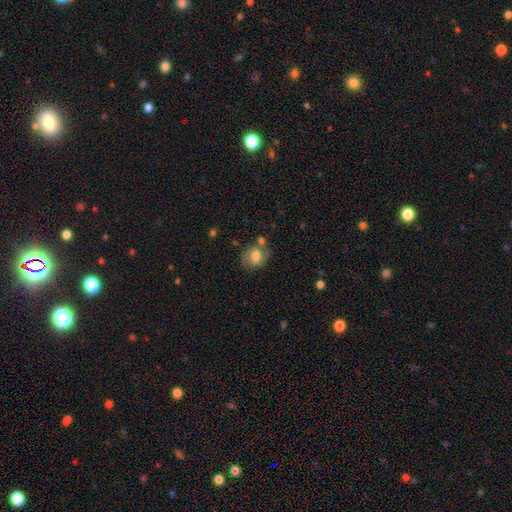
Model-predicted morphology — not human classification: Q: Smooth or featured?
A: smooth (66%); runner-up: featured or disk (25%)
Q: How rounded?
A: round (51%); runner-up: in between (48%)
Q: Merging?
A: none (60%); runner-up: minor disturbance (20%)